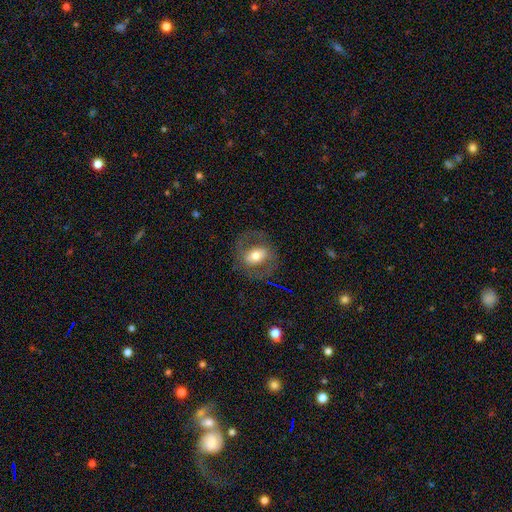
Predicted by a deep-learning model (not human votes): A featured or disk galaxy (52%).

Vote fractions:
- Smooth or featured? featured or disk: 52% / smooth: 40% / star or artifact: 8%
- Edge-on disk? no: 93% / yes: 7%
- Merging? none: 73% / minor disturbance: 14% / major disturbance: 13% / merger: 1%